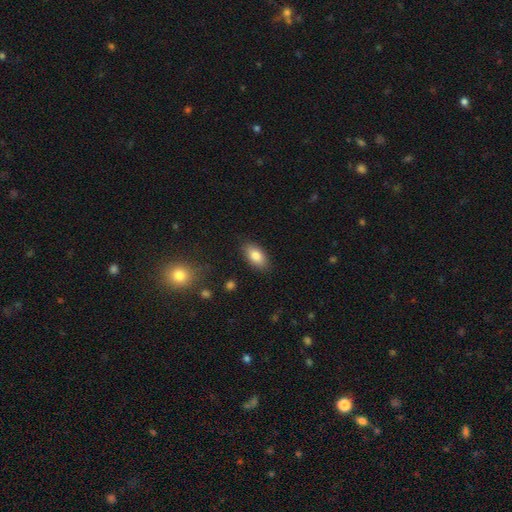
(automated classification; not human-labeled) A smooth galaxy with no disk features (83%) that is in between round and cigar-shaped (92%).

Vote fractions:
- Smooth or featured? smooth: 83% / featured or disk: 10% / star or artifact: 8%
- How rounded? in between: 92% / round: 4% / cigar-shaped: 4%
- Merging? none: 86% / minor disturbance: 10% / major disturbance: 2% / merger: 1%